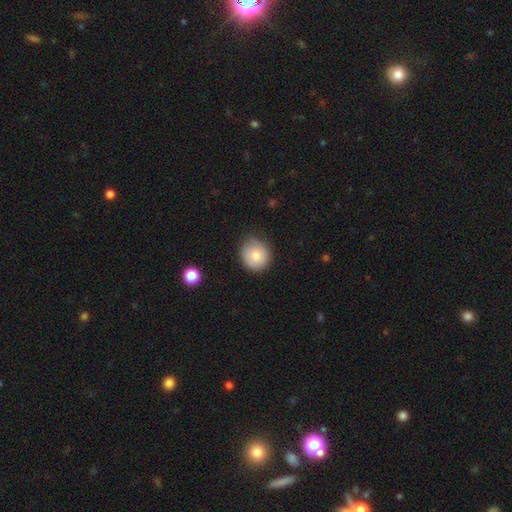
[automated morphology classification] Smooth or featured? smooth (71%)
How rounded? round (75%)
Merging? none (69%)